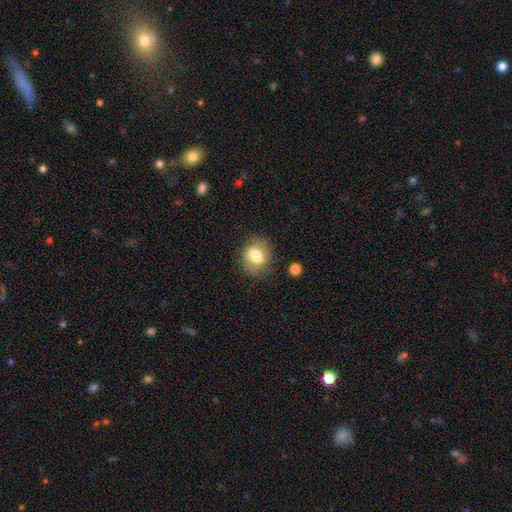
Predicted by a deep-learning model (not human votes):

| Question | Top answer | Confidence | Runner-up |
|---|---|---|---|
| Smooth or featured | smooth | 72% | featured or disk (19%) |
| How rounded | round | 54% | in between (45%) |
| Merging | none | 74% | minor disturbance (17%) |